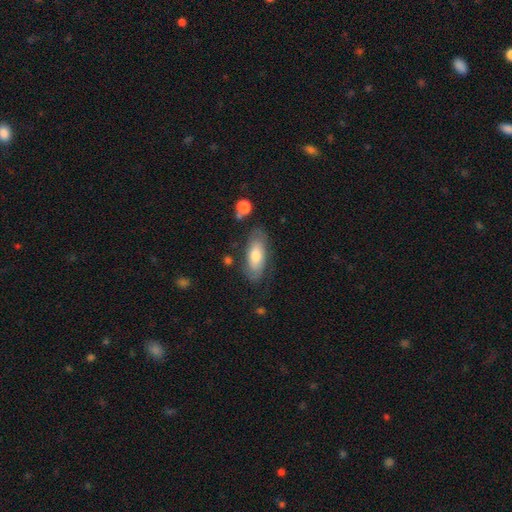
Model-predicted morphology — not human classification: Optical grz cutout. It shows a smooth galaxy with no disk features (63%) that is in between round and cigar-shaped (81%). Merging: none (74%).